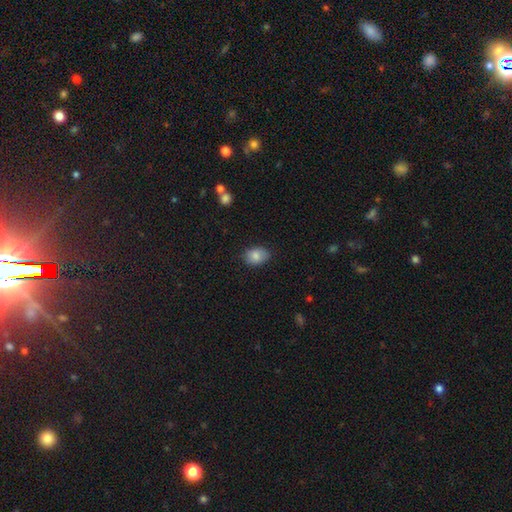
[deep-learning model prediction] This appears to be a smooth galaxy with no disk features (84%) that is in between round and cigar-shaped (75%). Merging: none (81%).